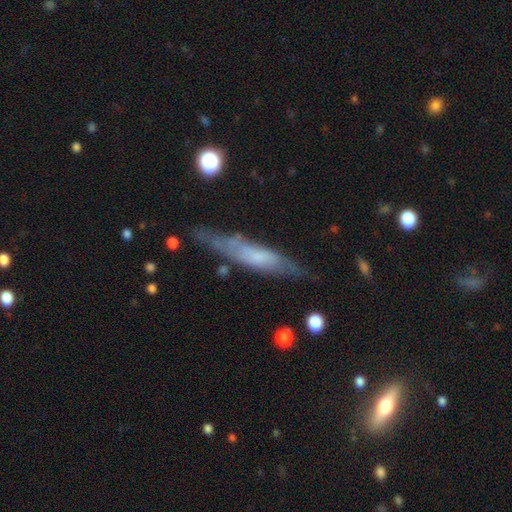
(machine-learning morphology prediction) A featured or disk galaxy (49%). Merging: none (60%).